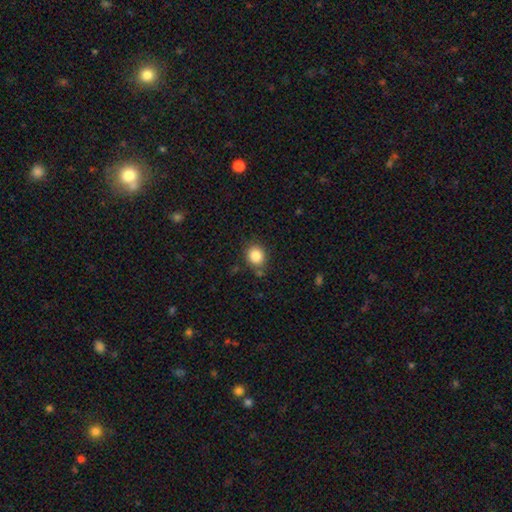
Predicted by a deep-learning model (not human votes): A smooth galaxy with no disk features (85%) that is round (72%).

Vote fractions:
- Smooth or featured? smooth: 85% / star or artifact: 10% / featured or disk: 5%
- How rounded? round: 72% / in between: 27% / cigar-shaped: 1%
- Merging? none: 81% / minor disturbance: 12% / merger: 4% / major disturbance: 3%